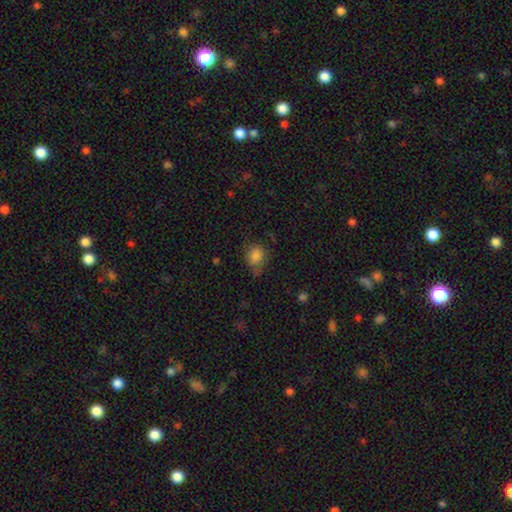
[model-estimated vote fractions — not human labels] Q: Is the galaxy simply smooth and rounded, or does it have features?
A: smooth — 81%.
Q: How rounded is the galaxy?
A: round — 62%.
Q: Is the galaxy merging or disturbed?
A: none — 58%.